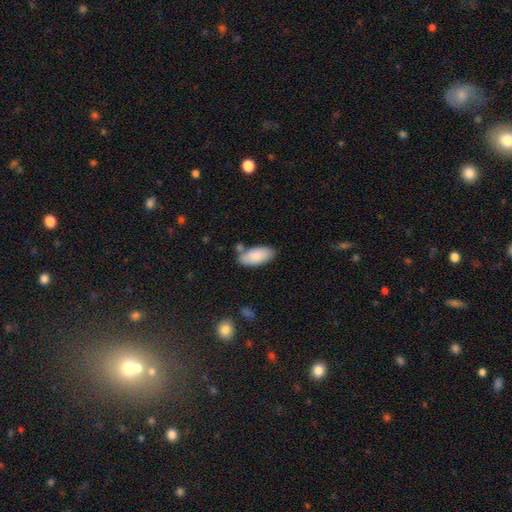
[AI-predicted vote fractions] Overall: smooth (82%). How rounded: in between (92%). Merging: none (69%).